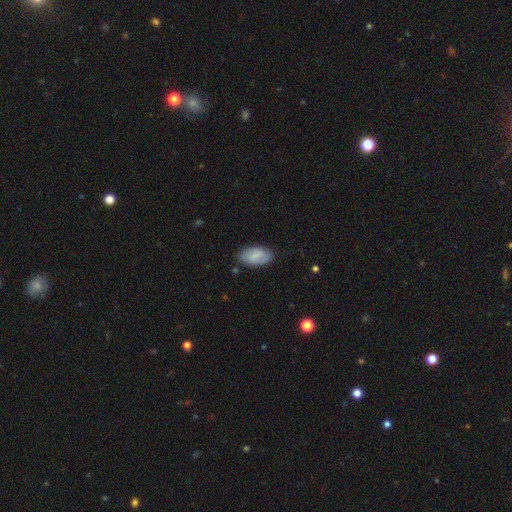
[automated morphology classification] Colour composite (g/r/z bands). It shows a smooth galaxy with no disk features (67%) that is in between round and cigar-shaped (94%). Merging: none (79%).